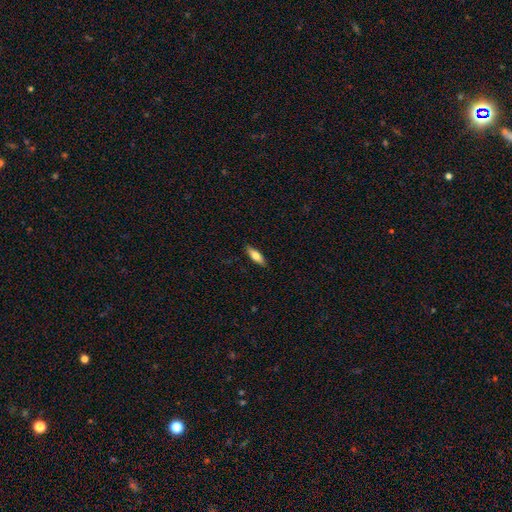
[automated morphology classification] This is likely a smooth galaxy (70%). How rounded: possibly in between (54%). Merging: clearly none (89%).